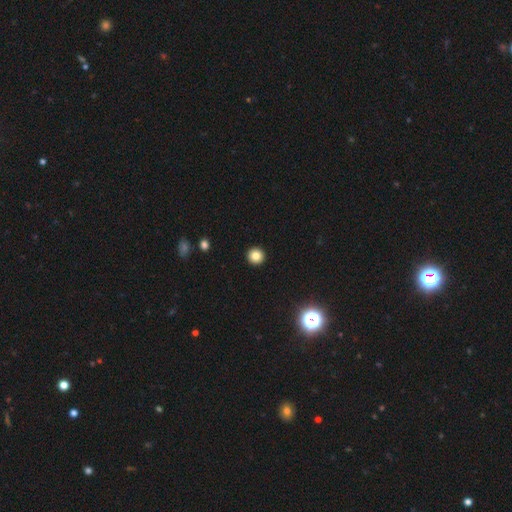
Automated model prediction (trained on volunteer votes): This is clearly a smooth galaxy (83%). How rounded: clearly round (95%). Merging: clearly none (94%).